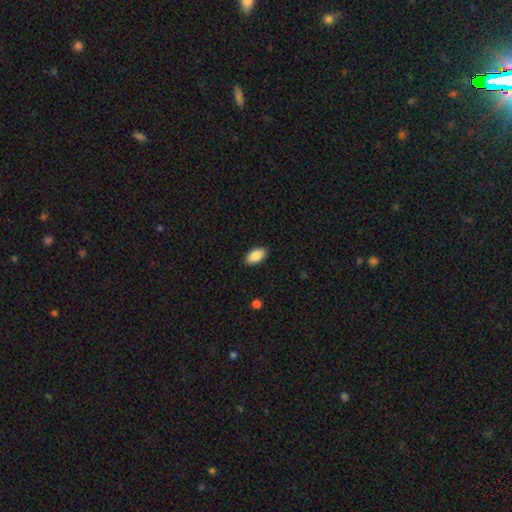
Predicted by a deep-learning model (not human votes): Q: Smooth or featured?
A: smooth (88%); runner-up: star or artifact (6%)
Q: How rounded?
A: in between (95%); runner-up: round (3%)
Q: Merging?
A: none (89%); runner-up: minor disturbance (8%)